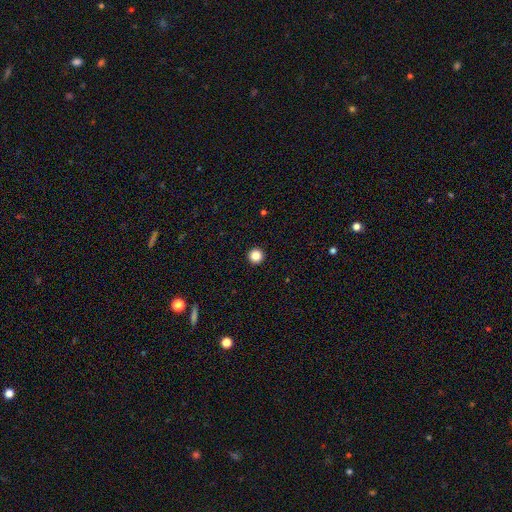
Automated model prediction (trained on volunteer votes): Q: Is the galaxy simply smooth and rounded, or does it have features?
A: smooth — 86%.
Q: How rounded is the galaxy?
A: round — 97%.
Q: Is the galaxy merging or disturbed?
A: none — 94%.